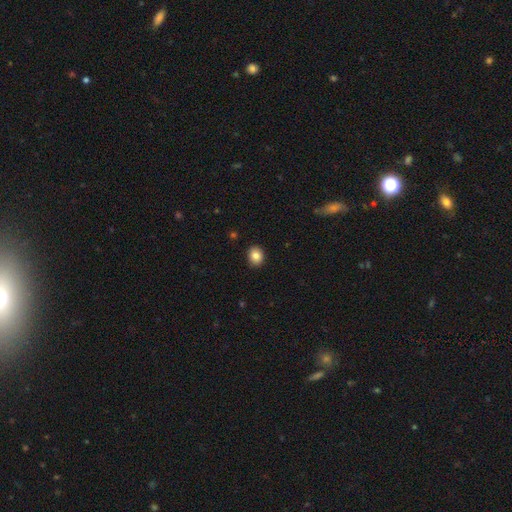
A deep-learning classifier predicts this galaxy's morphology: A smooth galaxy with no disk features (85%) that is round (53%).

Vote fractions:
- Smooth or featured? smooth: 85% / star or artifact: 9% / featured or disk: 6%
- How rounded? round: 53% / in between: 46% / cigar-shaped: 1%
- Merging? none: 91% / minor disturbance: 7% / major disturbance: 2% / merger: 1%